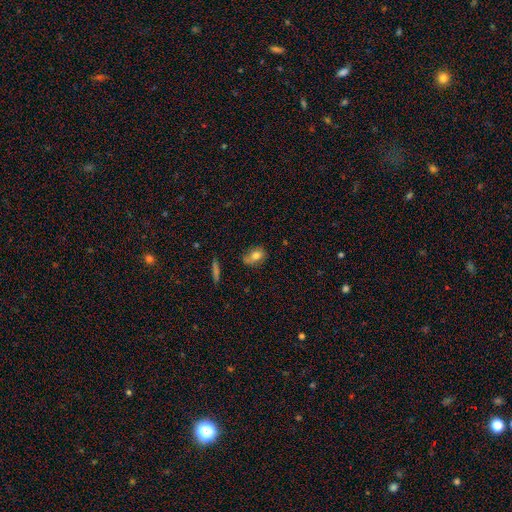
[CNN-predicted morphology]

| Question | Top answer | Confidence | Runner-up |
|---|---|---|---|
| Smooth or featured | smooth | 73% | featured or disk (18%) |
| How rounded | in between | 70% | round (27%) |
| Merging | none | 59% | minor disturbance (26%) |